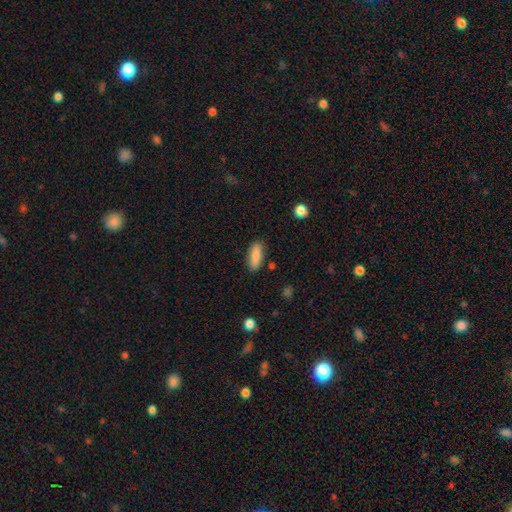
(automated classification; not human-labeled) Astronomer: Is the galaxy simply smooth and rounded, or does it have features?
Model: smooth — 83%.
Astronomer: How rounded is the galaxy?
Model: in between — 62%.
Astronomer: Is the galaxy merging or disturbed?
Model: none — 85%.